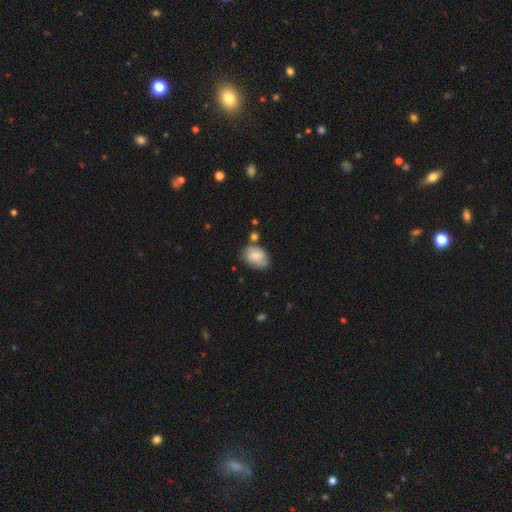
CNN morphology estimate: Overall: smooth (68%). How rounded: in between (77%). Merging: none (62%; minor disturbance 24%).